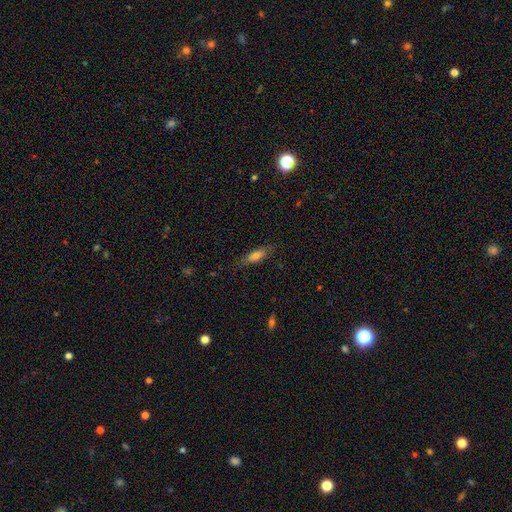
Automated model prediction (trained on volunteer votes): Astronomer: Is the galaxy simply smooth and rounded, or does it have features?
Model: smooth — 70%.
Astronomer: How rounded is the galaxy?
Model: cigar-shaped — 54% (runner-up: in between, 44%).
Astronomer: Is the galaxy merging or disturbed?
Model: none — 76%.